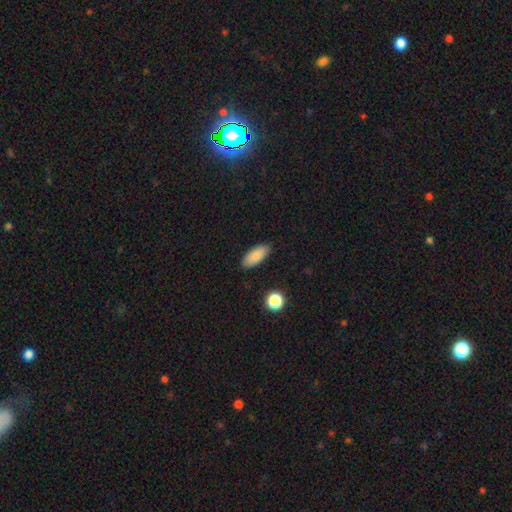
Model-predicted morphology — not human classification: smooth-or-featured: smooth: 87% | star or artifact: 7% | featured or disk: 6%
  how-rounded: in between: 85% | cigar-shaped: 13% | round: 2%
  merging: none: 87% | minor disturbance: 10% | major disturbance: 2% | merger: 1%